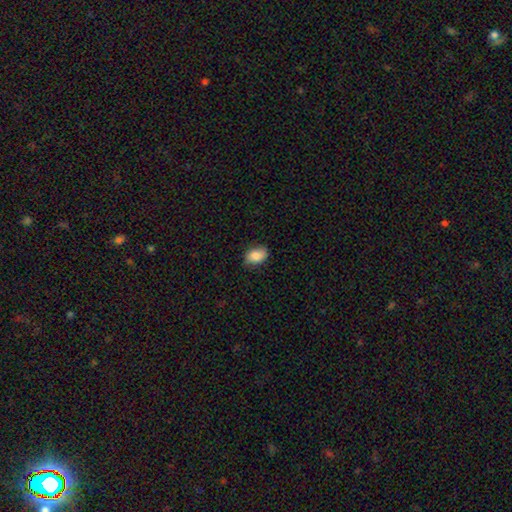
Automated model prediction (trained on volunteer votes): Smooth or featured: smooth — 85% (star or artifact — 8%)
How rounded: in between — 81% (round — 18%)
Merging: none — 80% (minor disturbance — 16%)